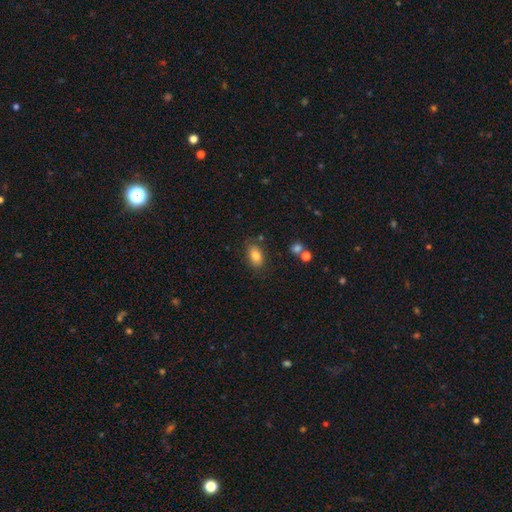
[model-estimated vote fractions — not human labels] smooth 81%, featured or disk 10%, star or artifact 9%. Down the decision tree: how rounded — in between (89%); merging — none (78%).